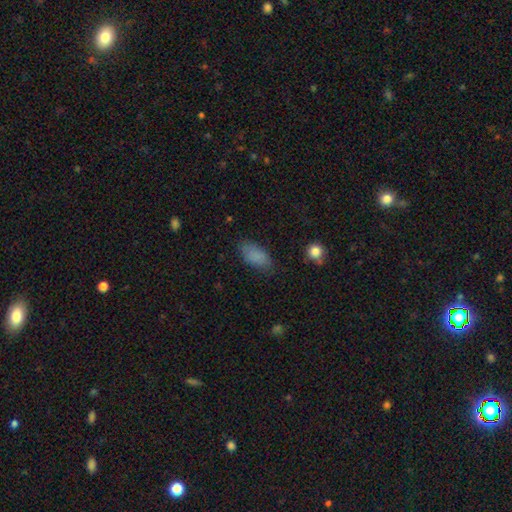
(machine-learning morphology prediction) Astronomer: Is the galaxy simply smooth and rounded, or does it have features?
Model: smooth — 85%.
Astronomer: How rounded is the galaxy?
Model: in between — 90%.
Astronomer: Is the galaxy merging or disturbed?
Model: none — 76%.